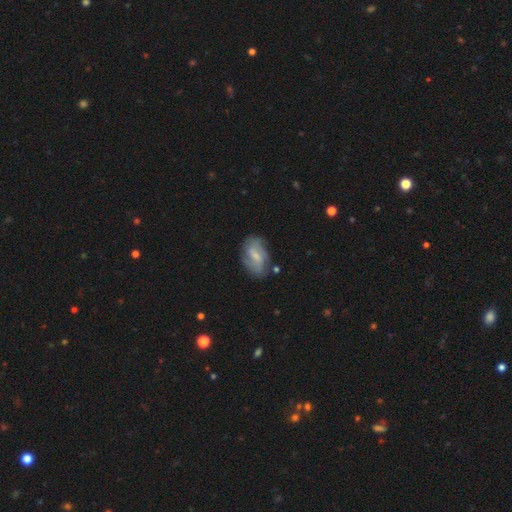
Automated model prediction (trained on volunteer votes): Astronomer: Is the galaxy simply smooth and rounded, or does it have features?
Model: featured or disk — 58% (runner-up: smooth, 36%).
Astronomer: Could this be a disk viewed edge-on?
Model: no — 95%.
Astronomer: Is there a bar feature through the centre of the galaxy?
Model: weak — 54% (runner-up: no, 29%).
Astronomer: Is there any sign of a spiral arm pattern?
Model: yes — 76%.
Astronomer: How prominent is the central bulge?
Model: small — 56%.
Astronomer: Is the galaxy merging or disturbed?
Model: none — 66%.